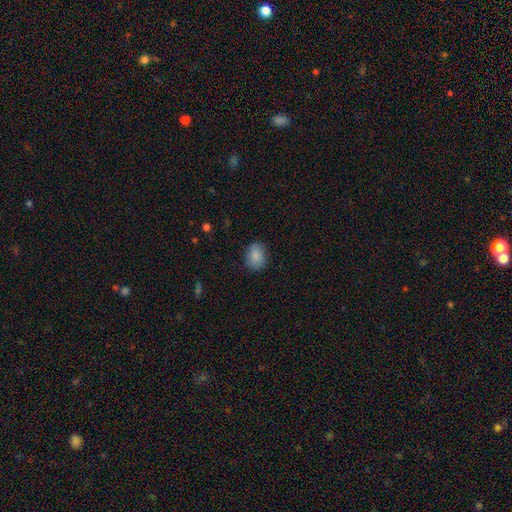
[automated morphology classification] smooth 87%, star or artifact 8%, featured or disk 5%. Down the decision tree: how rounded — in between (61%); merging — none (82%).